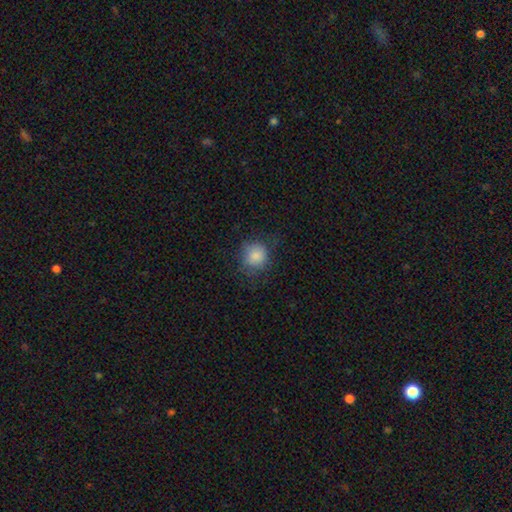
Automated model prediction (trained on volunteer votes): Smooth or featured? Predicted: smooth (p=0.83). How rounded? Predicted: round (p=0.85). Merging? Predicted: none (p=0.70).